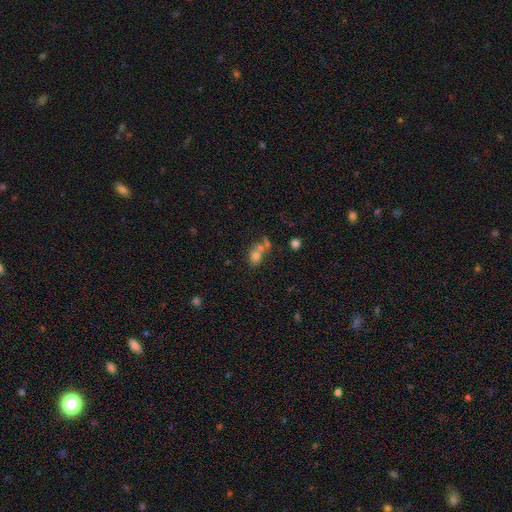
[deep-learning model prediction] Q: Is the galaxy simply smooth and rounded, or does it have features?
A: smooth — 73%.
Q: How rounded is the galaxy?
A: in between — 59%.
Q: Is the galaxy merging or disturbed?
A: merger — 45%.